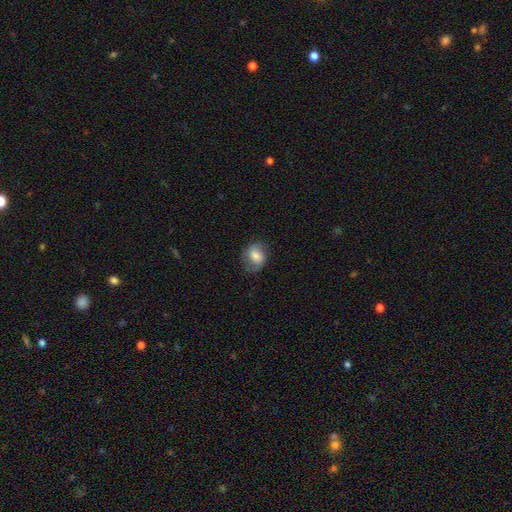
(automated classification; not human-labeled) Overall: smooth (63%; featured or disk 29%). How rounded: in between (53%; round 46%). Merging: none (69%).